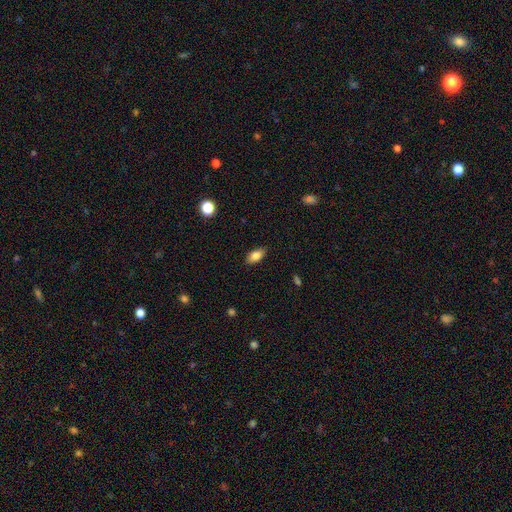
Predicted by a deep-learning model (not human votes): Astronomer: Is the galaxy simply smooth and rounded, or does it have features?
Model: smooth — 84%.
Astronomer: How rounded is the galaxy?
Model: in between — 89%.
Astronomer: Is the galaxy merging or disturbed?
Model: none — 87%.